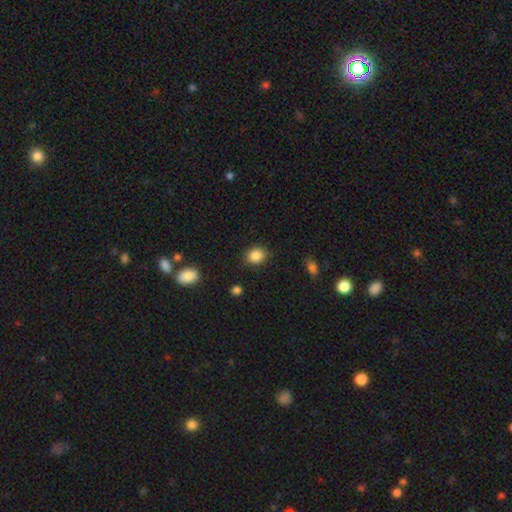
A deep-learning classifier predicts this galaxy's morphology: Smooth or featured? smooth (87%)
How rounded? round (56%)
Merging? none (84%)